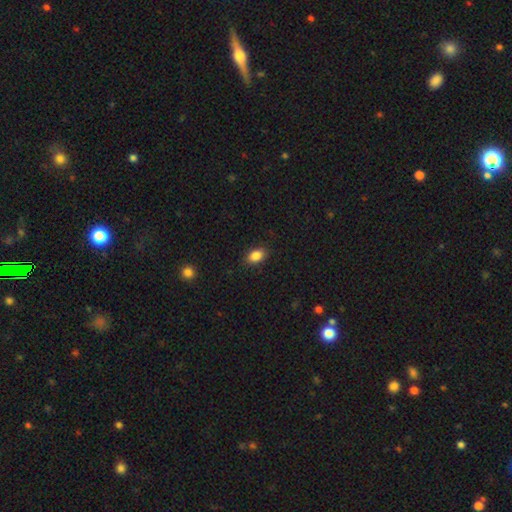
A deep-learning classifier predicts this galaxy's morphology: Overall: smooth (87%). How rounded: in between (85%). Merging: none (87%).